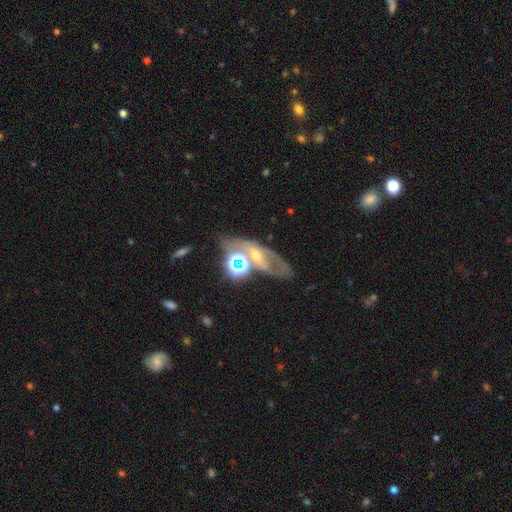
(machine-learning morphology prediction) type=featured or disk (53%); edge-on=no (86%); merging=none (51%).